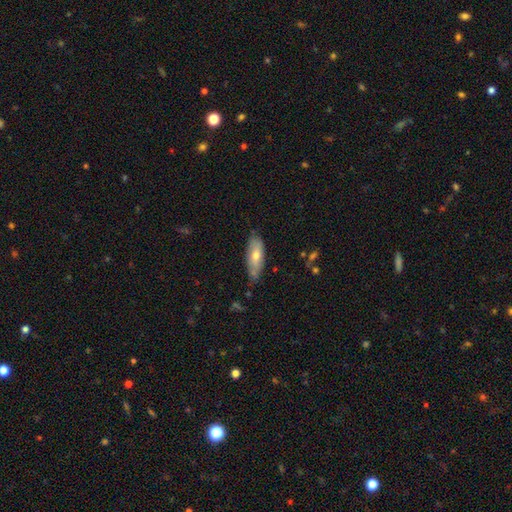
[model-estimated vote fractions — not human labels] A smooth galaxy with no disk features (60%) that is in between round and cigar-shaped (65%).

Vote fractions:
- Smooth or featured? smooth: 60% / featured or disk: 33% / star or artifact: 7%
- How rounded? in between: 65% / cigar-shaped: 32% / round: 2%
- Merging? none: 64% / minor disturbance: 28% / major disturbance: 5% / merger: 3%